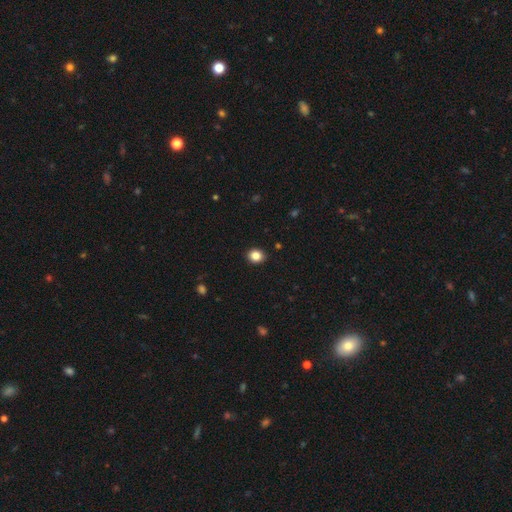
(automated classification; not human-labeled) smooth_or_featured: smooth (p=0.85) [alt: star or artifact p=0.10]
how_rounded: round (p=0.64) [alt: in between p=0.35]
merging: none (p=0.91) [alt: minor disturbance p=0.07]